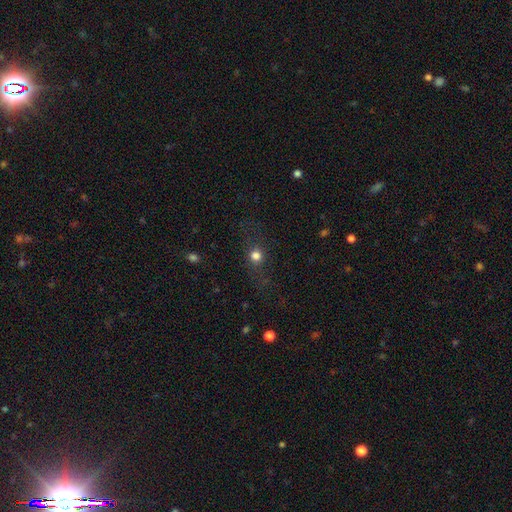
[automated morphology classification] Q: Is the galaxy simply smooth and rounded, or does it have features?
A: smooth — 67%.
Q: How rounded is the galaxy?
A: round — 76%.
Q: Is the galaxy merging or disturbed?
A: none — 76%.